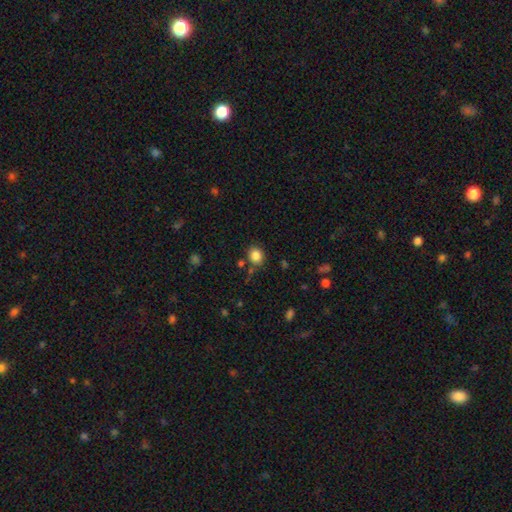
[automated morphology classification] A smooth galaxy with no disk features (84%) that is round (73%). Merging: none (80%).